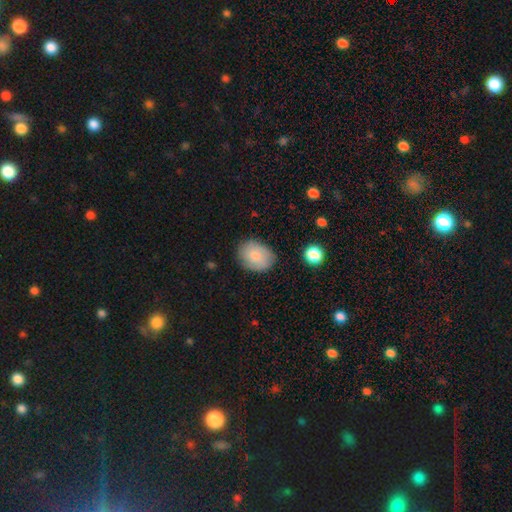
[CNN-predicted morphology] Q: Smooth or featured?
A: smooth (77%); runner-up: featured or disk (16%)
Q: How rounded?
A: in between (65%); runner-up: round (34%)
Q: Merging?
A: none (80%); runner-up: minor disturbance (15%)